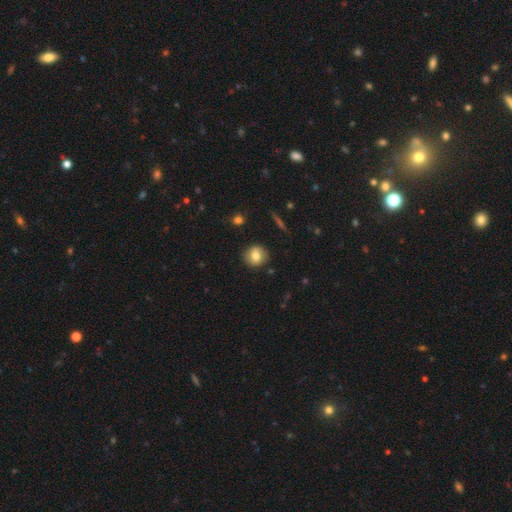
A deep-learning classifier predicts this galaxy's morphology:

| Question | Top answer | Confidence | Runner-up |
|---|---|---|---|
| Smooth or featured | smooth | 78% | featured or disk (13%) |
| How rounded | round | 90% | in between (9%) |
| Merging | none | 89% | minor disturbance (8%) |